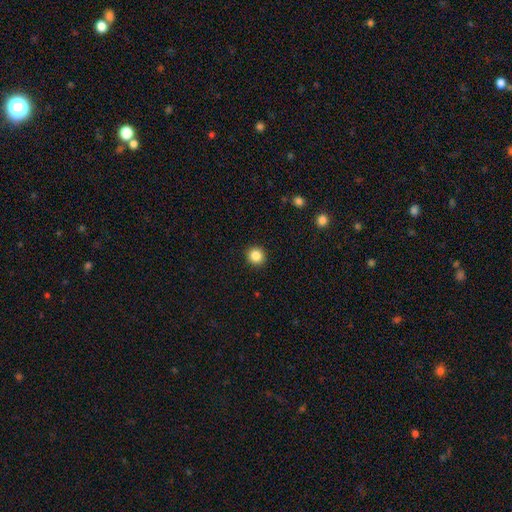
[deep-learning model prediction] smooth-or-featured: smooth: 86% | star or artifact: 10% | featured or disk: 4%
  how-rounded: round: 92% | in between: 7% | cigar-shaped: 1%
  merging: none: 93% | minor disturbance: 5% | major disturbance: 2% | merger: 1%